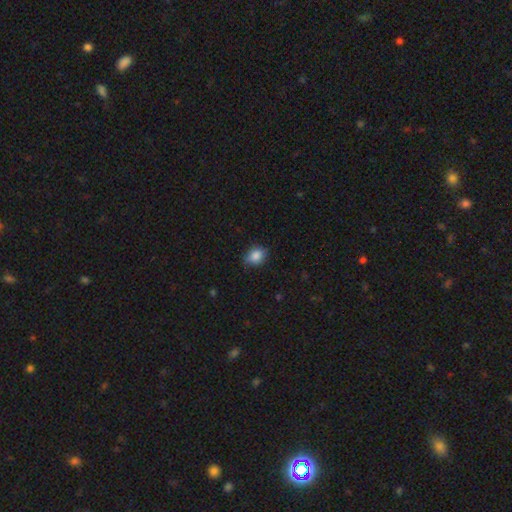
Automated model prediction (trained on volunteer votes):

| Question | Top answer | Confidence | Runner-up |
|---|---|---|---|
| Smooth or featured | smooth | 86% | star or artifact (9%) |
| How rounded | in between | 54% | round (45%) |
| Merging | none | 77% | minor disturbance (19%) |